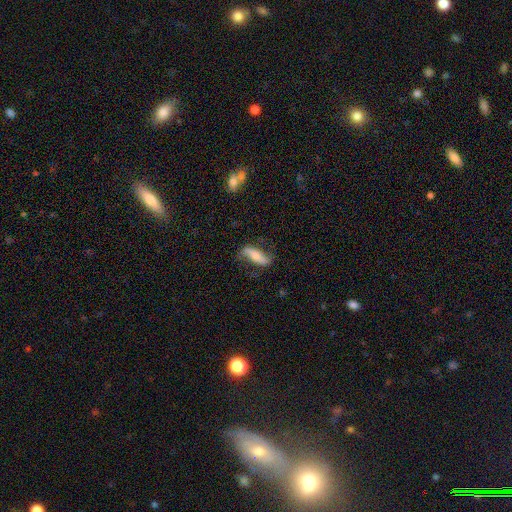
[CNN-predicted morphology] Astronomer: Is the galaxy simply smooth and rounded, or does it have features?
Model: featured or disk — 53% (runner-up: smooth, 40%).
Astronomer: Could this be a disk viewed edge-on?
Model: no — 75%.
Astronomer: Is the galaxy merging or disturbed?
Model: none — 70%.